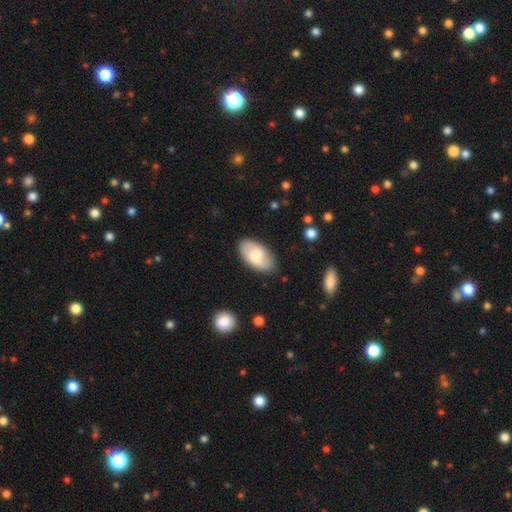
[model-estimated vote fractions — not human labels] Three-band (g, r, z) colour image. It shows a smooth galaxy with no disk features (57%) that is in between round and cigar-shaped (95%). Merging: none (82%).